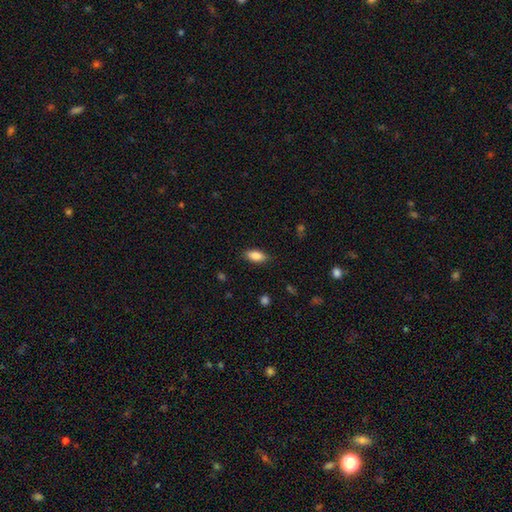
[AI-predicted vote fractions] smooth_or_featured: smooth (p=0.86) [alt: star or artifact p=0.07]
how_rounded: in between (p=0.88) [alt: cigar-shaped p=0.09]
merging: none (p=0.84) [alt: minor disturbance p=0.12]